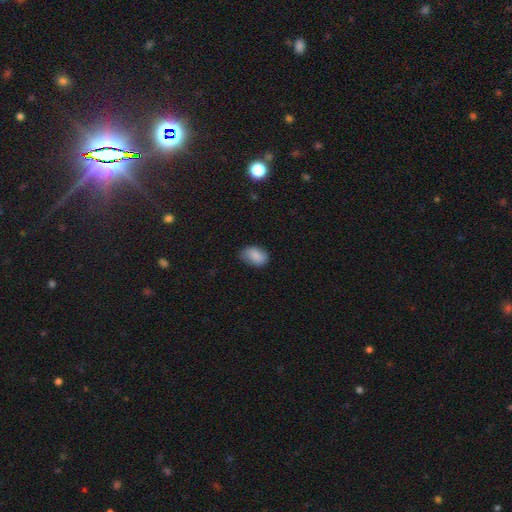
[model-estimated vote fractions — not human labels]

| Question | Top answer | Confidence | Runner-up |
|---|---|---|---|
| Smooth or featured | smooth | 86% | star or artifact (7%) |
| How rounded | in between | 87% | round (11%) |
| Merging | none | 75% | minor disturbance (20%) |